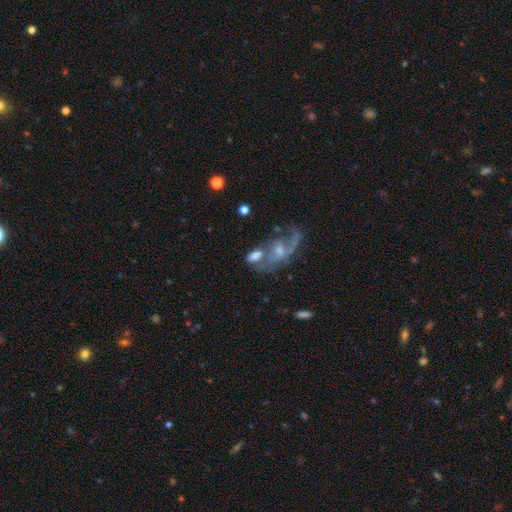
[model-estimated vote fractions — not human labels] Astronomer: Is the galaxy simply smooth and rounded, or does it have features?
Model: smooth — 50% (runner-up: featured or disk, 40%).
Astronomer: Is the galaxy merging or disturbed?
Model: merger — 43% (runner-up: none, 25%).